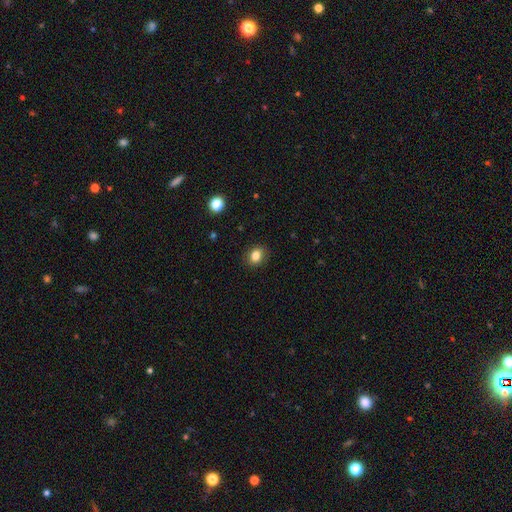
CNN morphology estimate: Overall: smooth (83%). How rounded: round (54%; in between 45%). Merging: none (87%).